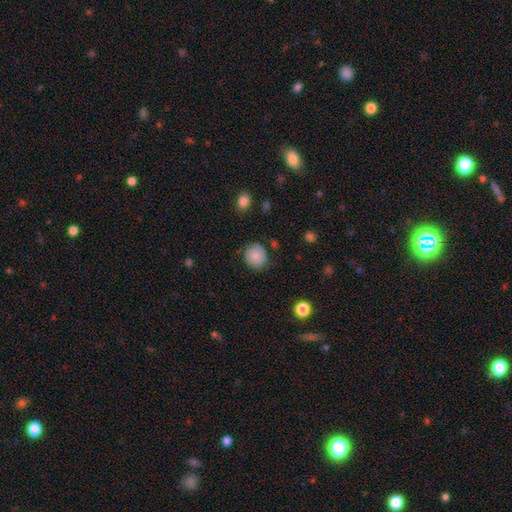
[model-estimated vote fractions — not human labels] Smooth or featured? smooth (79%)
How rounded? round (86%)
Merging? none (78%)